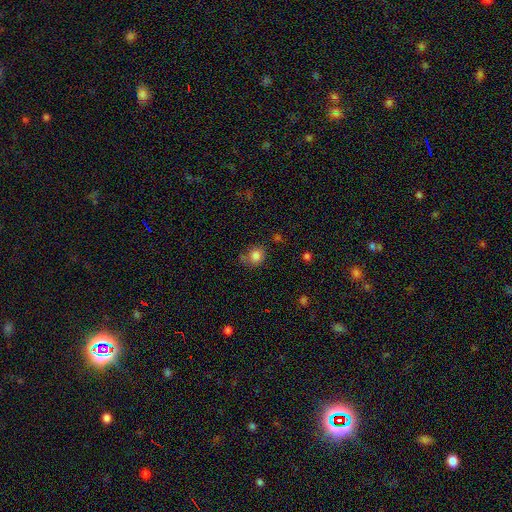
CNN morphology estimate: A smooth galaxy with no disk features (82%) that is round (74%). Merging: none (61%).